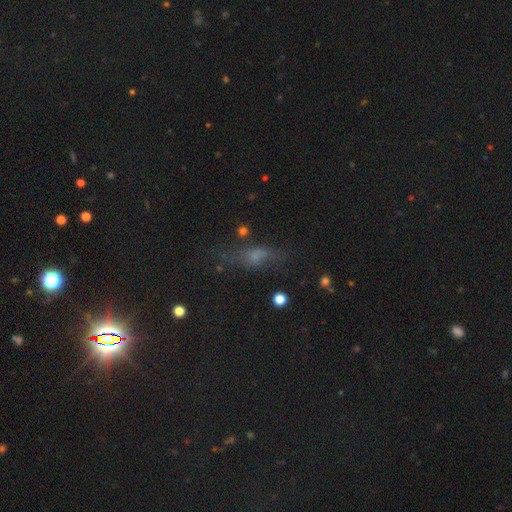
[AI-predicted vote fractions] Smooth or featured? Predicted: smooth (p=0.49). Merging? Predicted: none (p=0.57).